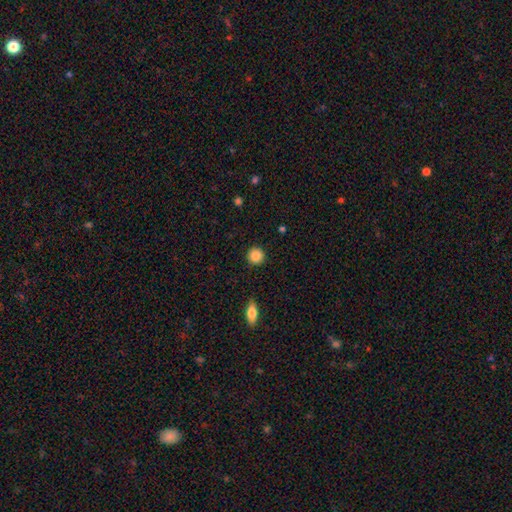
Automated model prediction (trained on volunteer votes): This appears to be a smooth galaxy with no disk features (87%) that is round (94%). Merging: none (91%).